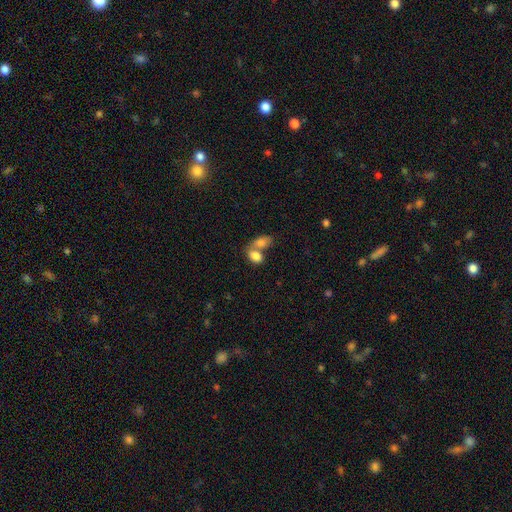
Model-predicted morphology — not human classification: Smooth or featured?
  - smooth: 82% *
  - featured or disk: 10%
  - star or artifact: 8%
How rounded?
  - in between: 85% *
  - round: 13%
  - cigar-shaped: 2%
Merging?
  - merger: 63% *
  - none: 26%
  - minor disturbance: 7%
  - major disturbance: 4%